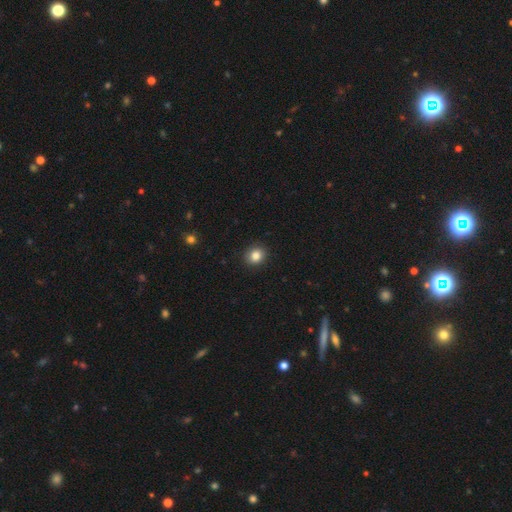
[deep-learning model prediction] Overall: smooth (85%). How rounded: round (71%). Merging: none (90%).